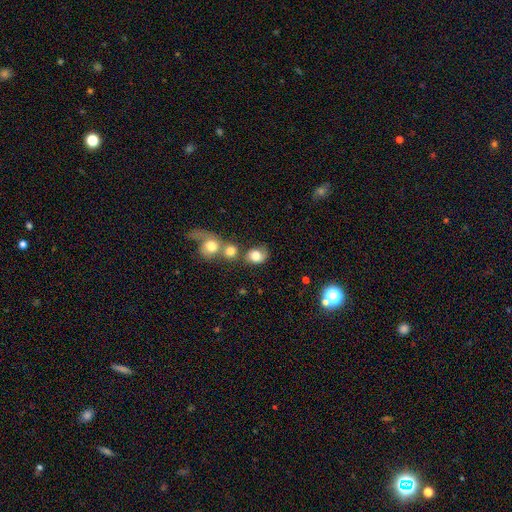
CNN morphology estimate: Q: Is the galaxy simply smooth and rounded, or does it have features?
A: smooth — 71%.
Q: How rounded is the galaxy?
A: round — 58%.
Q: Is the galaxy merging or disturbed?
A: none — 40%.